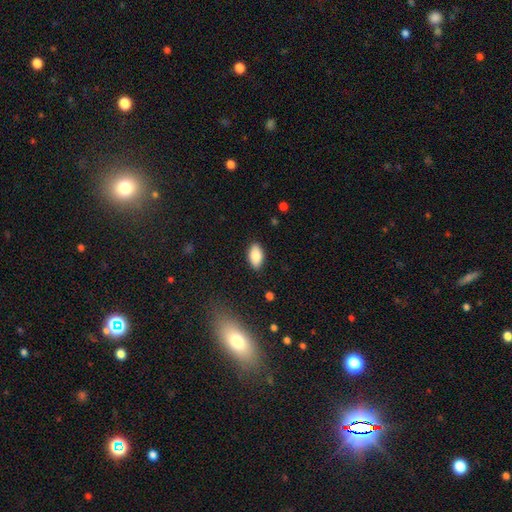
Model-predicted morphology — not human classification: smooth 87%, star or artifact 7%, featured or disk 6%. Down the decision tree: how rounded — in between (93%); merging — none (87%).